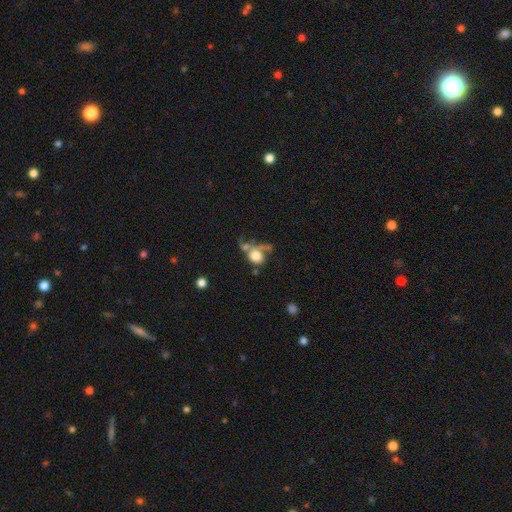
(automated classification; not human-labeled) This appears to be a smooth galaxy with no disk features (69%) that is round (68%). Merging: merger (34%).